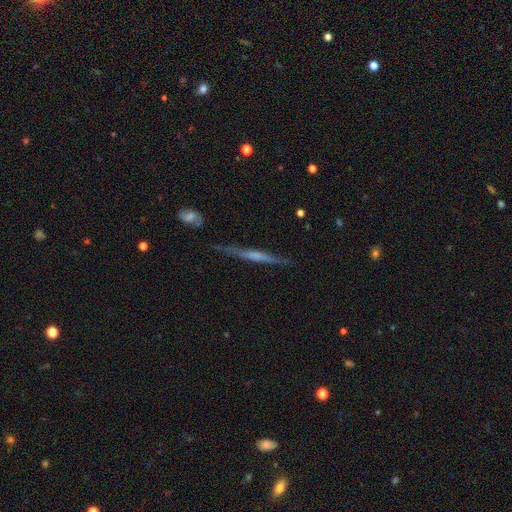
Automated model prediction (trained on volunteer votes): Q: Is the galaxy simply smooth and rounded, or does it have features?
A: featured or disk — 63%.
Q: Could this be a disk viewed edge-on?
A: yes — 95%.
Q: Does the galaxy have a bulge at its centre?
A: none — 51%.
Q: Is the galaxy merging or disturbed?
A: none — 79%.